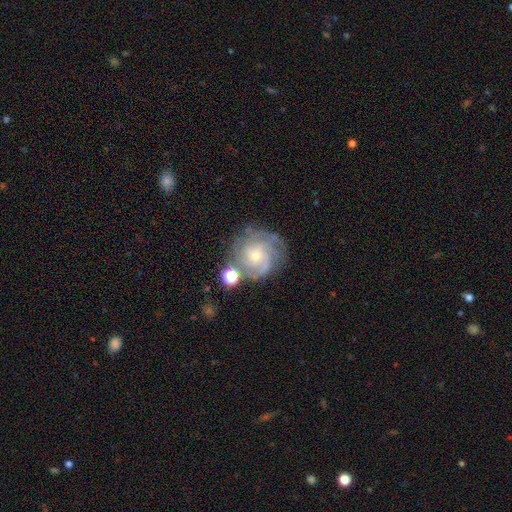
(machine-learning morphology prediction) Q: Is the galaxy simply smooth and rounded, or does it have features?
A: featured or disk — 82%.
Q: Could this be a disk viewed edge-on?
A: no — 97%.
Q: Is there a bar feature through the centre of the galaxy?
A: no — 72%.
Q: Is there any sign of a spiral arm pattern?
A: yes — 96%.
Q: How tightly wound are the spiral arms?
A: tight — 64%.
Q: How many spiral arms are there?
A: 3 — 27%.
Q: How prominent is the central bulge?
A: small — 68%.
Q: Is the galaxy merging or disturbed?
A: none — 70%.